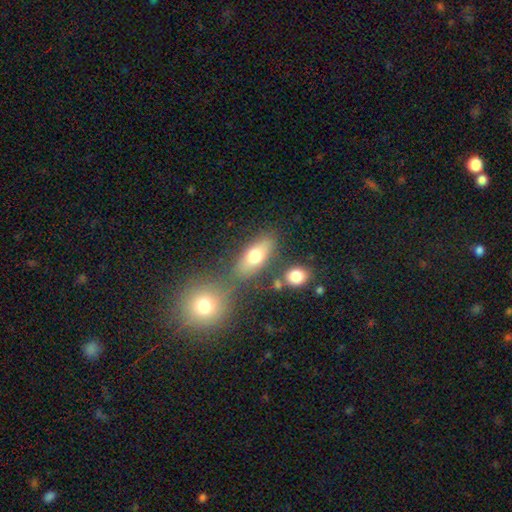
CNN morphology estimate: This appears to be a smooth galaxy with no disk features (70%) that is in between round and cigar-shaped (73%). Merging: none (67%).